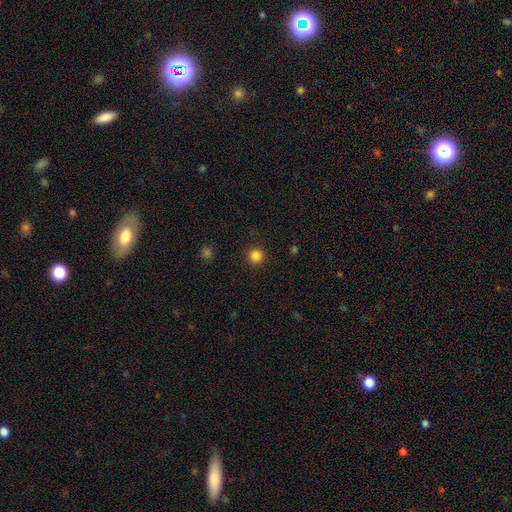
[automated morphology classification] A smooth galaxy with no disk features (84%) that is round (95%).

Vote fractions:
- Smooth or featured? smooth: 84% / star or artifact: 13% / featured or disk: 3%
- How rounded? round: 95% / in between: 4% / cigar-shaped: 1%
- Merging? none: 92% / minor disturbance: 5% / major disturbance: 2% / merger: 1%